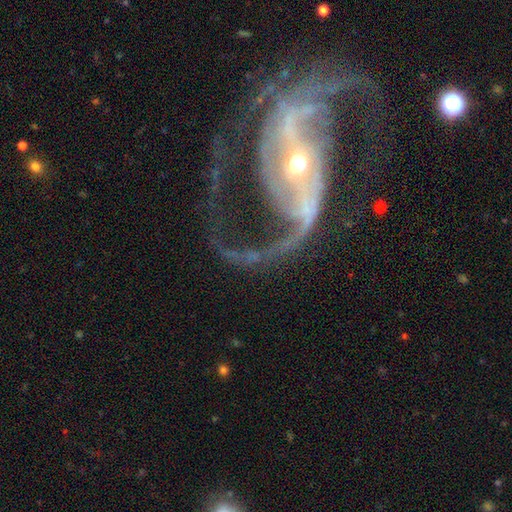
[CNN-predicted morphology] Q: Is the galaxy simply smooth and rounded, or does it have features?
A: featured or disk — 91%.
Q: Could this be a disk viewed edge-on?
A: no — 97%.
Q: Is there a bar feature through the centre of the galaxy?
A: strong — 53%.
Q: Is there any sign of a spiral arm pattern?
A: yes — 96%.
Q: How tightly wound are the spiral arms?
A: loose — 48%.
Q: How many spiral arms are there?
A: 2 — 86%.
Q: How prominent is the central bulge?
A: moderate — 51%.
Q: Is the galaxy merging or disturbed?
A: none — 57%.